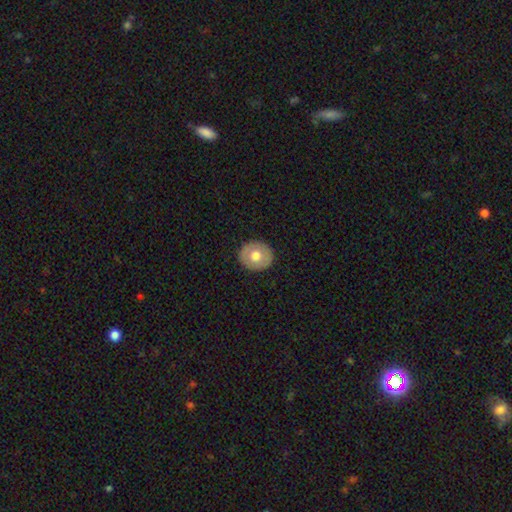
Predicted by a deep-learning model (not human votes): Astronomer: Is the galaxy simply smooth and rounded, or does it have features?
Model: smooth — 66%.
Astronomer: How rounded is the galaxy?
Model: round — 82%.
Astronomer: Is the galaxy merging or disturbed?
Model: none — 90%.